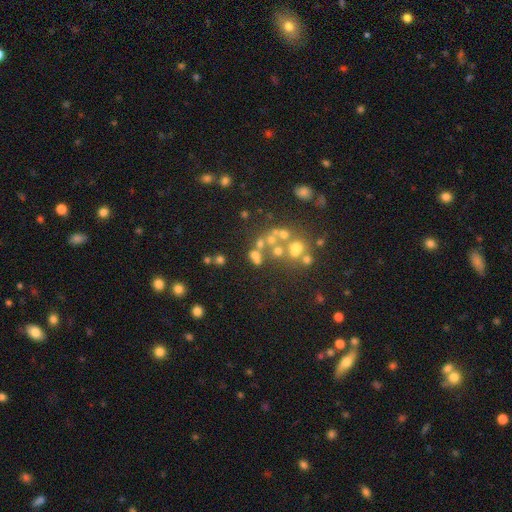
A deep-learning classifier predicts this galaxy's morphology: smooth-or-featured: smooth: 41% | featured or disk: 32% | star or artifact: 27%
  merging: none: 42% | merger: 36% | minor disturbance: 11% | major disturbance: 10%